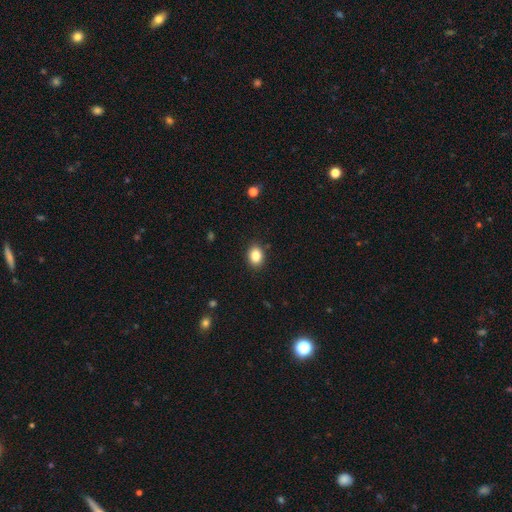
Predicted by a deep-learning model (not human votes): smooth 86%, star or artifact 9%, featured or disk 5%. Down the decision tree: how rounded — in between (64%); merging — none (89%).